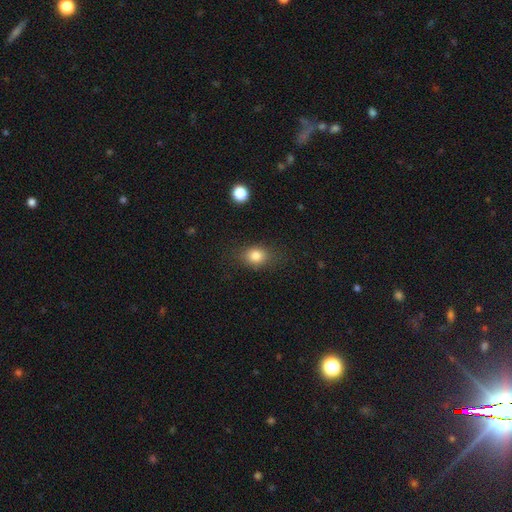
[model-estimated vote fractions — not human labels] Smooth or featured? Predicted: smooth (p=0.82). How rounded? Predicted: in between (p=0.58). Merging? Predicted: none (p=0.78).